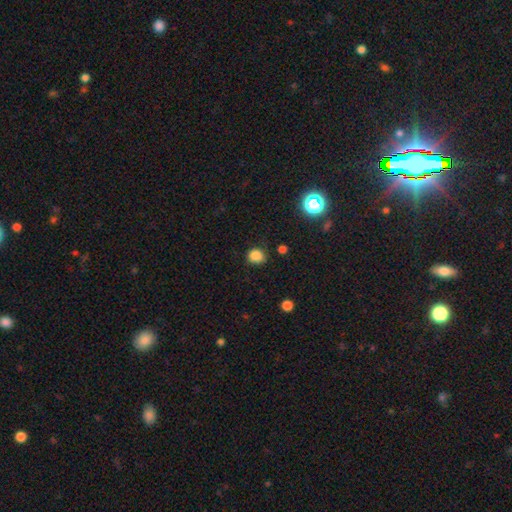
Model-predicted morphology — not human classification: Smooth or featured? smooth (84%)
How rounded? round (73%)
Merging? none (78%)